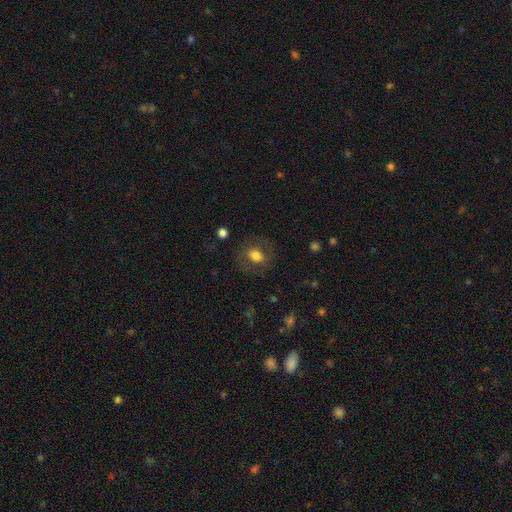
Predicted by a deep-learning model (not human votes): Smooth or featured? Predicted: smooth (p=0.68). How rounded? Predicted: round (p=0.52). Merging? Predicted: none (p=0.77).